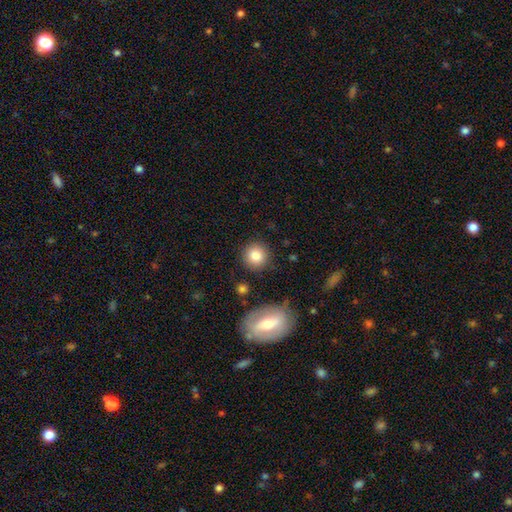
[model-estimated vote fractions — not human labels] A smooth galaxy with no disk features (83%) that is round (92%).

Vote fractions:
- Smooth or featured? smooth: 83% / star or artifact: 9% / featured or disk: 8%
- How rounded? round: 92% / in between: 7% / cigar-shaped: 1%
- Merging? none: 88% / minor disturbance: 7% / major disturbance: 3% / merger: 3%